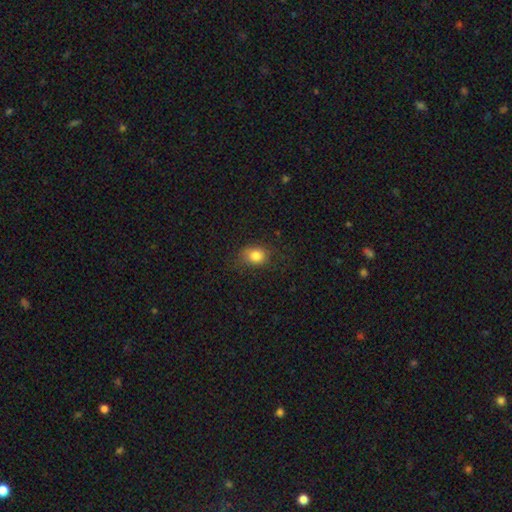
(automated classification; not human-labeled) A smooth galaxy with no disk features (83%) that is in between round and cigar-shaped (52%).

Vote fractions:
- Smooth or featured? smooth: 83% / star or artifact: 11% / featured or disk: 7%
- How rounded? in between: 52% / round: 47% / cigar-shaped: 1%
- Merging? none: 74% / minor disturbance: 18% / major disturbance: 7% / merger: 1%